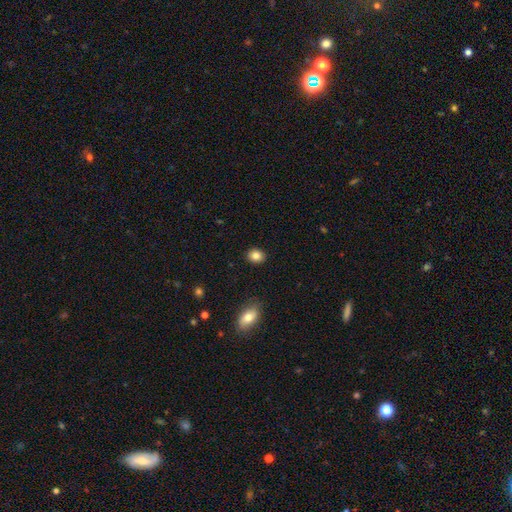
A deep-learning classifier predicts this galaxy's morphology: smooth 84%, star or artifact 10%, featured or disk 6%. Down the decision tree: how rounded — round (59%); merging — none (90%).